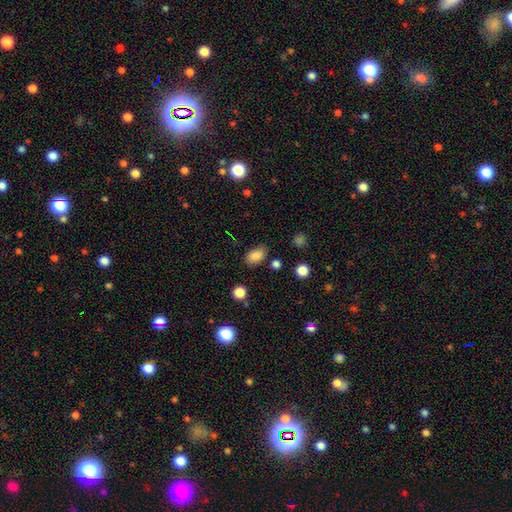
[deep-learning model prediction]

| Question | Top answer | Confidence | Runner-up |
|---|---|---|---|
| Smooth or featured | smooth | 83% | star or artifact (11%) |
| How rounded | in between | 87% | round (11%) |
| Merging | none | 74% | minor disturbance (19%) |